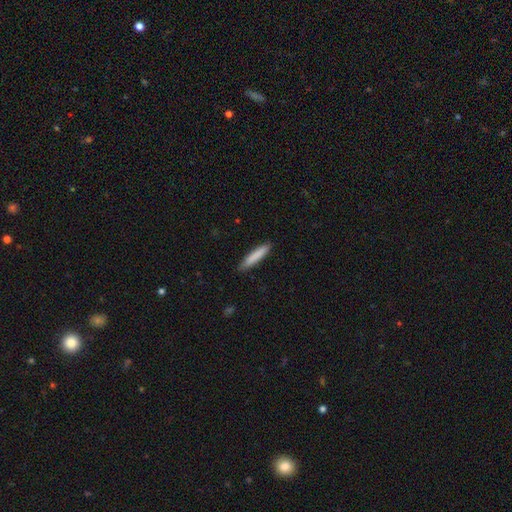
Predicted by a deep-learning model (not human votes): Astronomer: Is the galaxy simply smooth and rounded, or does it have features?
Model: smooth — 84%.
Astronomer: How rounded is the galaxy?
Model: cigar-shaped — 89%.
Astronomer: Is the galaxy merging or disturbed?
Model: none — 87%.